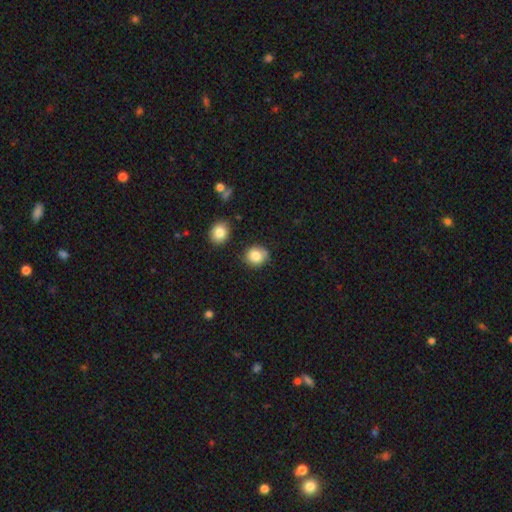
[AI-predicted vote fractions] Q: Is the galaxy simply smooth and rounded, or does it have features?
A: smooth — 84%.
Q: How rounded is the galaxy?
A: round — 78%.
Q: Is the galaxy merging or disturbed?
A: none — 78%.